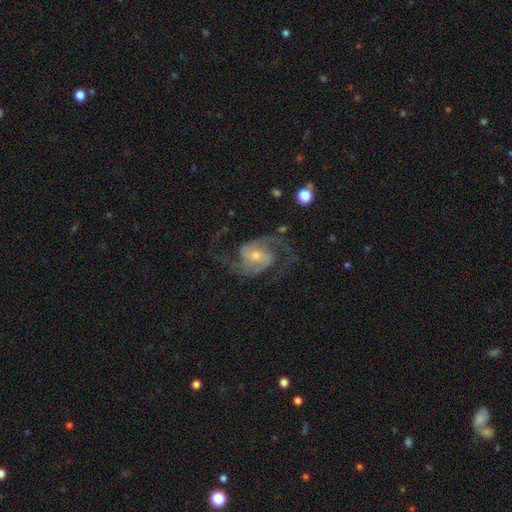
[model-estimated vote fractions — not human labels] A featured or disk galaxy (89%) with no bar (49%), 2 (90%) medium (58%) spiral arms (98%) and a small central bulge (48%). Merging: none (73%).